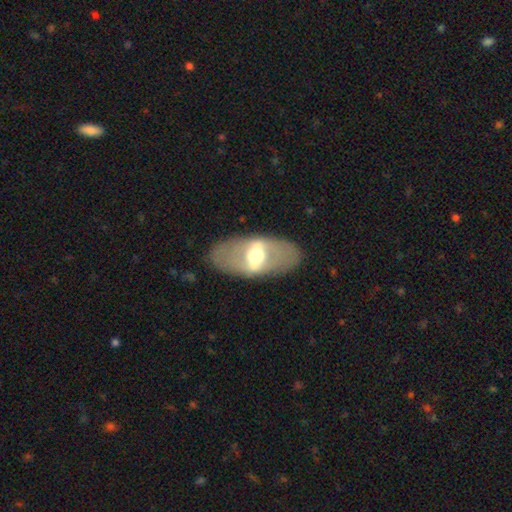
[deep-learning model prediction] This is likely a featured or disk galaxy (64%). It is likely not viewed edge-on (80%). Bar: likely strong (62%). Spiral arm pattern: clearly no (83%). Central bulge: likely moderate (61%). Merging: clearly none (82%).